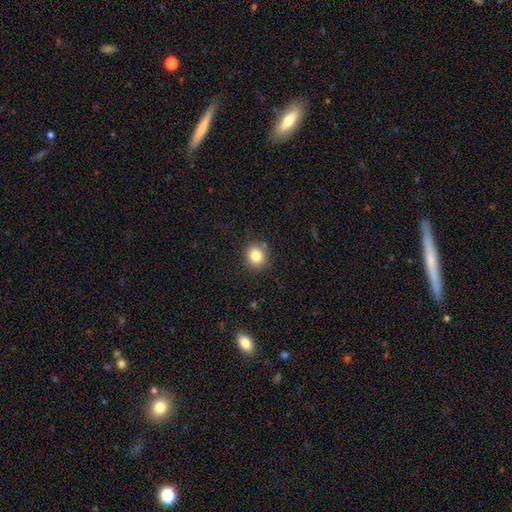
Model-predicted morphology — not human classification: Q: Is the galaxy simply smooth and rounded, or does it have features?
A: smooth — 82%.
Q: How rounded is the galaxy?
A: round — 84%.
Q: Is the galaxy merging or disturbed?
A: none — 86%.